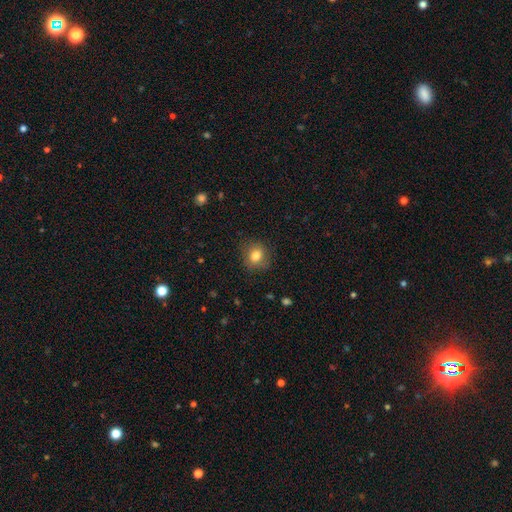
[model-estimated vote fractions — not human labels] The model was most divided on "how rounded": round: 67%, in between: 32%, cigar-shaped: 1%. More confident: merging — none (83%); smooth or featured — smooth (80%).